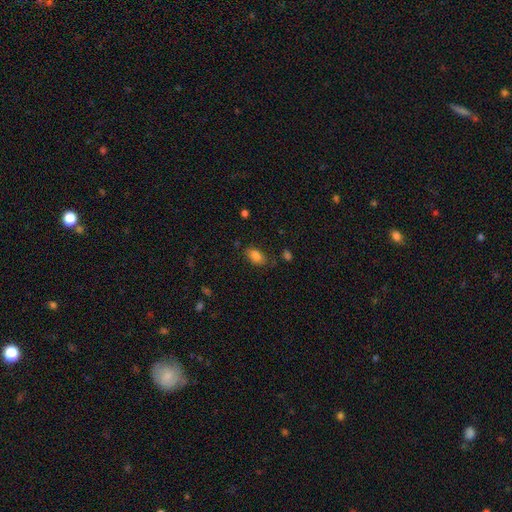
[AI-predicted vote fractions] Smooth or featured: smooth — 84% (star or artifact — 9%)
How rounded: in between — 89% (round — 8%)
Merging: none — 78% (minor disturbance — 15%)